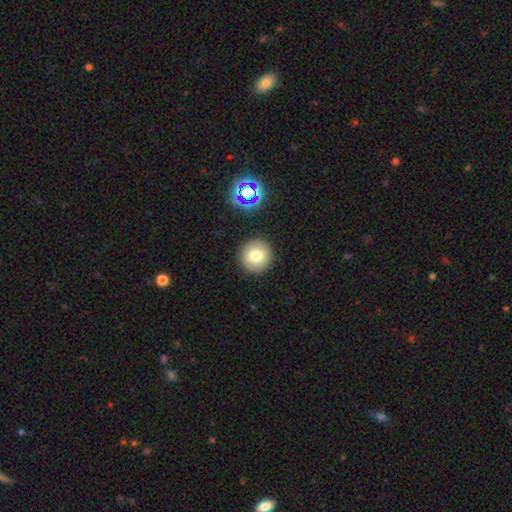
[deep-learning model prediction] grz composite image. It shows a smooth galaxy with no disk features (77%) that is round (94%). Merging: none (90%).